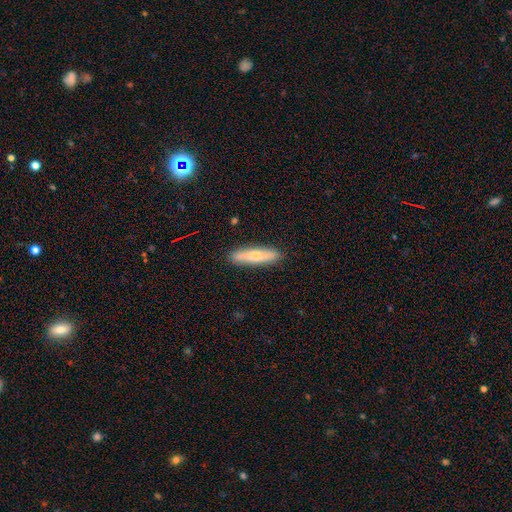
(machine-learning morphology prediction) smooth-or-featured: smooth: 65% | featured or disk: 29% | star or artifact: 6%
  how-rounded: cigar-shaped: 80% | in between: 18% | round: 2%
  merging: none: 89% | minor disturbance: 8% | major disturbance: 2% | merger: 1%